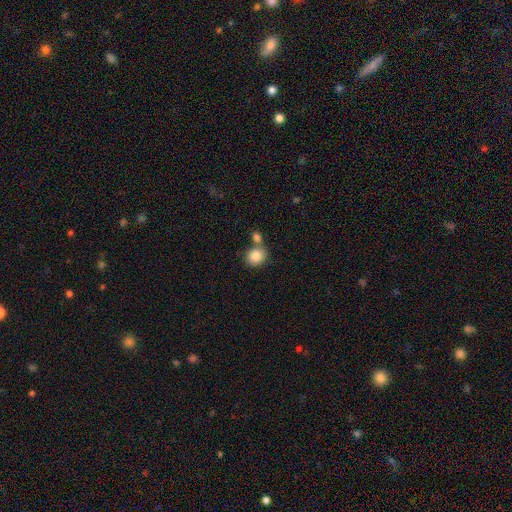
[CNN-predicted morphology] Smooth or featured? Predicted: smooth (p=0.84). How rounded? Predicted: round (p=0.75). Merging? Predicted: none (p=0.56).